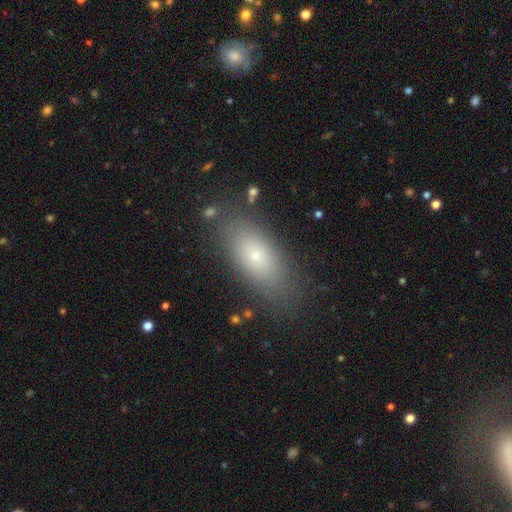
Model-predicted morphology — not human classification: type=smooth (68%); roundness=in between (78%); merging=none (82%).